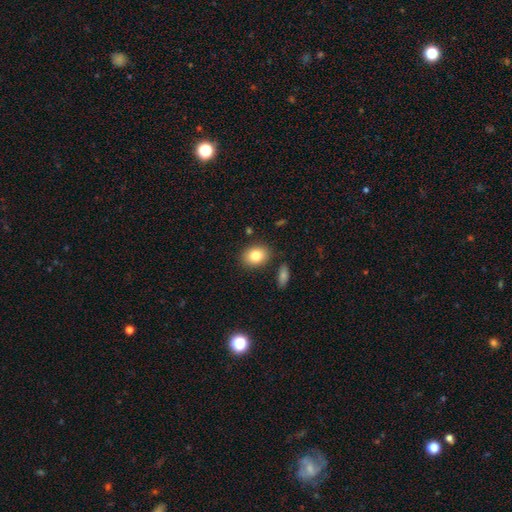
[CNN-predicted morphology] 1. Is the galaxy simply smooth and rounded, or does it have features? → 83% smooth, 9% featured or disk, 8% star or artifact.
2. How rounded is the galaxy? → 64% in between, 35% round, 1% cigar-shaped.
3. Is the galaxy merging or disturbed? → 83% none, 10% minor disturbance, 4% merger, 3% major disturbance.